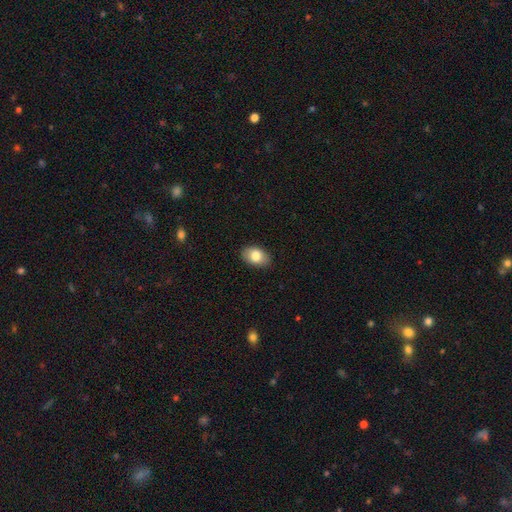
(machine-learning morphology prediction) A smooth galaxy with no disk features (81%) that is in between round and cigar-shaped (88%). Merging: none (87%).